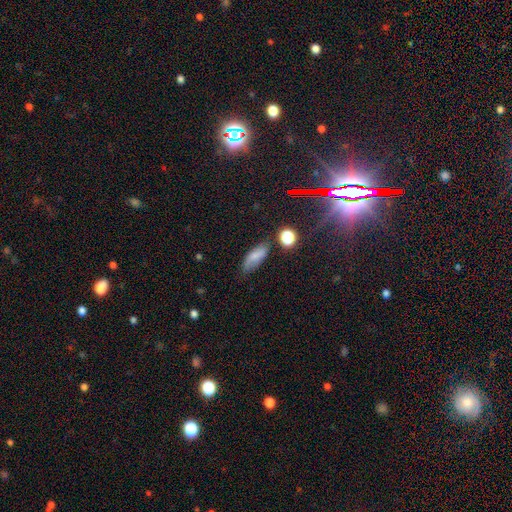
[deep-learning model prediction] Q: Smooth or featured?
A: smooth (67%); runner-up: featured or disk (22%)
Q: How rounded?
A: in between (73%); runner-up: cigar-shaped (22%)
Q: Merging?
A: none (67%); runner-up: minor disturbance (24%)